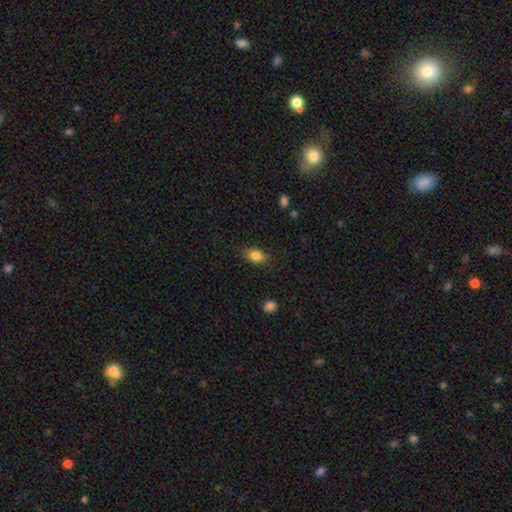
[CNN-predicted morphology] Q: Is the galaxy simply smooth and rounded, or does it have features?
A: smooth — 85%.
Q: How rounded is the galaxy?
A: in between — 87%.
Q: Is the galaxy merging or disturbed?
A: none — 85%.